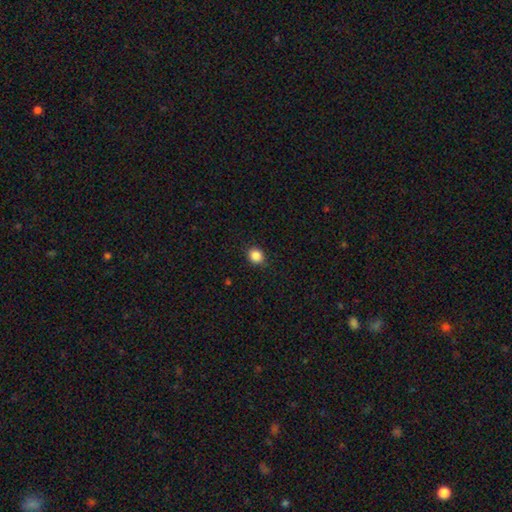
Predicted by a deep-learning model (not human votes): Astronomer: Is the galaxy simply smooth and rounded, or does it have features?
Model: smooth — 86%.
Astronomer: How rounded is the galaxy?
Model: round — 74%.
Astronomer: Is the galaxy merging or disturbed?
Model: none — 87%.